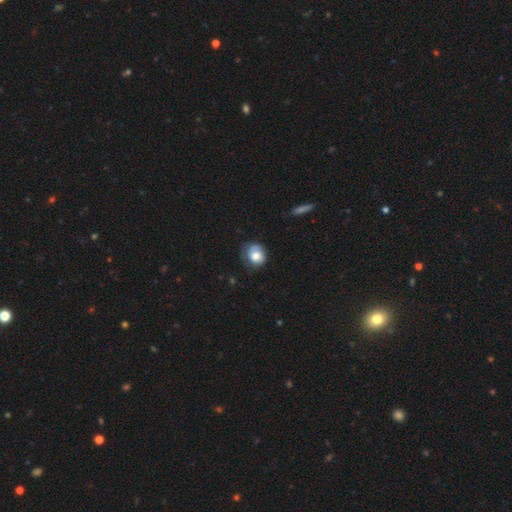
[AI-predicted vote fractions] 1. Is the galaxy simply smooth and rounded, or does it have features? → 74% smooth, 18% featured or disk, 8% star or artifact.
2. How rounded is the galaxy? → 72% round, 27% in between, 1% cigar-shaped.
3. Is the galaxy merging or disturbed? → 57% none, 30% minor disturbance, 11% major disturbance, 2% merger.